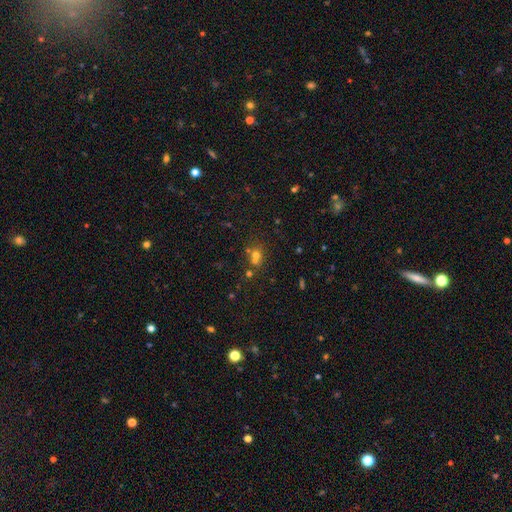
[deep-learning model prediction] Morphology: type=smooth (58%); roundness=round (76%); merging=none (46%).